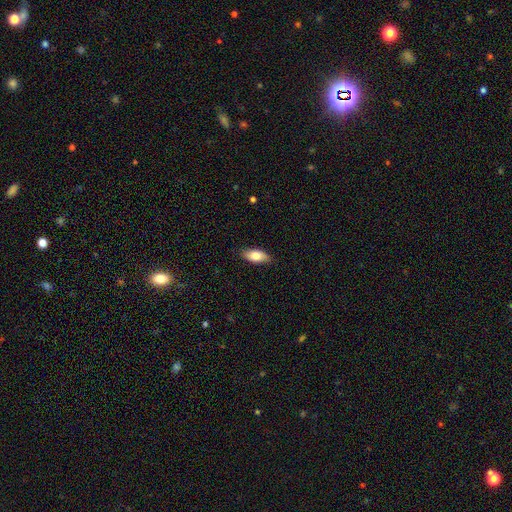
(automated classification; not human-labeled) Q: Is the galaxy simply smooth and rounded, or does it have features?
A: smooth — 79%.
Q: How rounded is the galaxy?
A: in between — 87%.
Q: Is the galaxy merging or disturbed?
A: none — 87%.